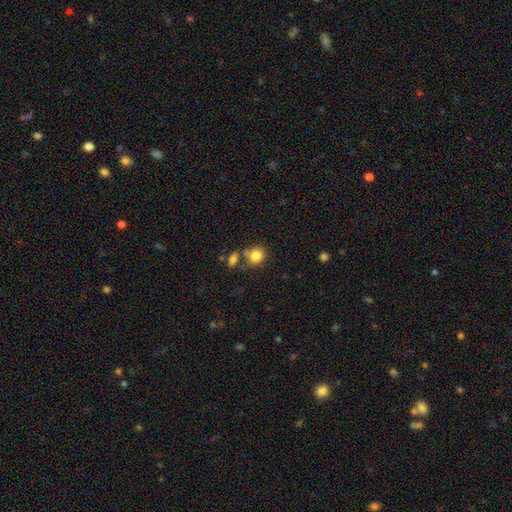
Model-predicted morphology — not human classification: Smooth or featured? smooth (83%)
How rounded? round (75%)
Merging? none (56%)